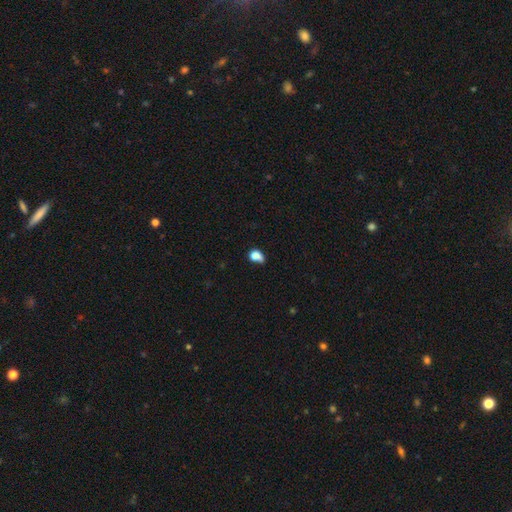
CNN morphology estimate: The model was most divided on "merging": minor disturbance: 35%, none: 34%, major disturbance: 20%, merger: 12%. More confident: smooth or featured — smooth (79%); how rounded — in between (64%).